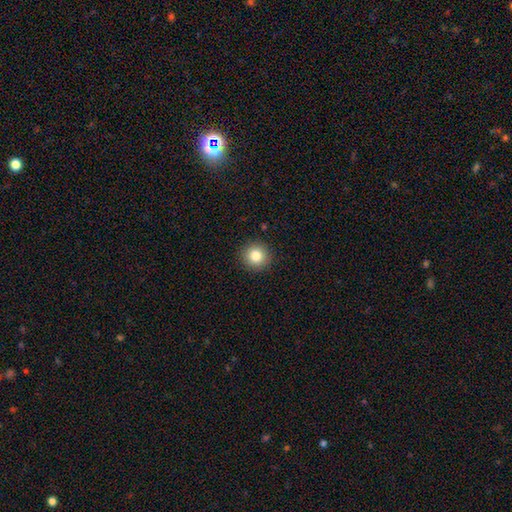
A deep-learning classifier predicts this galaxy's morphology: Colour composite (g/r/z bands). It shows a smooth galaxy with no disk features (83%) that is round (93%). Merging: none (92%).